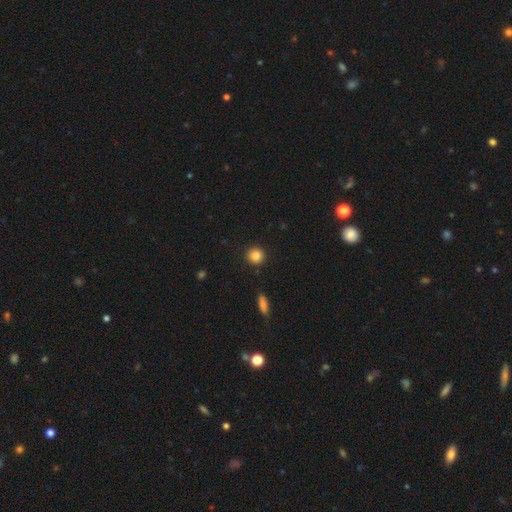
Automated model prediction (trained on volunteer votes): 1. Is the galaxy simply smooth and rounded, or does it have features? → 85% smooth, 10% star or artifact, 5% featured or disk.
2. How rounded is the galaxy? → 92% round, 7% in between, 1% cigar-shaped.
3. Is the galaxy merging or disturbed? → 91% none, 6% minor disturbance, 2% major disturbance, 2% merger.